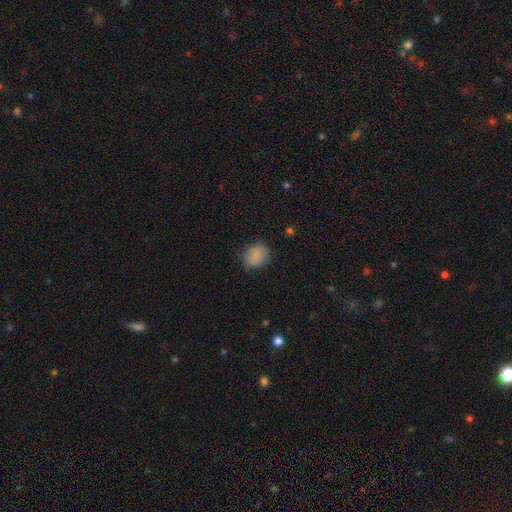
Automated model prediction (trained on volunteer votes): Morphology: type=smooth (86%); roundness=round (59%); merging=none (82%).